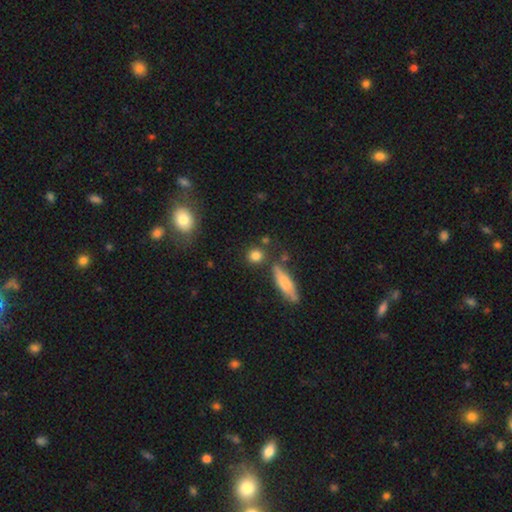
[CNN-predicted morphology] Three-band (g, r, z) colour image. It shows a smooth galaxy with no disk features (82%) that is round (79%). Merging: none (79%).